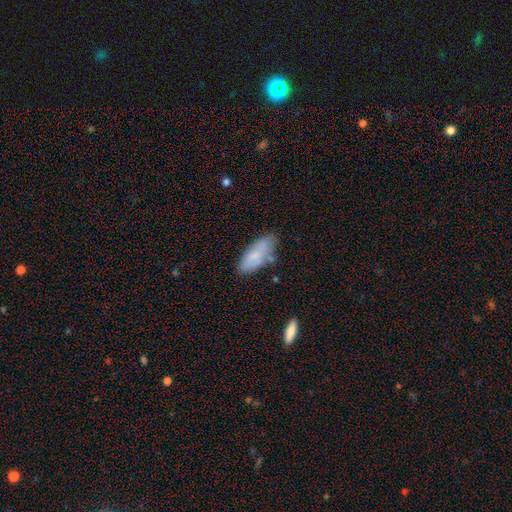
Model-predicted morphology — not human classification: smooth_or_featured: smooth (p=0.69) [alt: featured or disk p=0.23]
how_rounded: in between (p=0.82) [alt: cigar-shaped p=0.16]
merging: none (p=0.61) [alt: minor disturbance p=0.26]